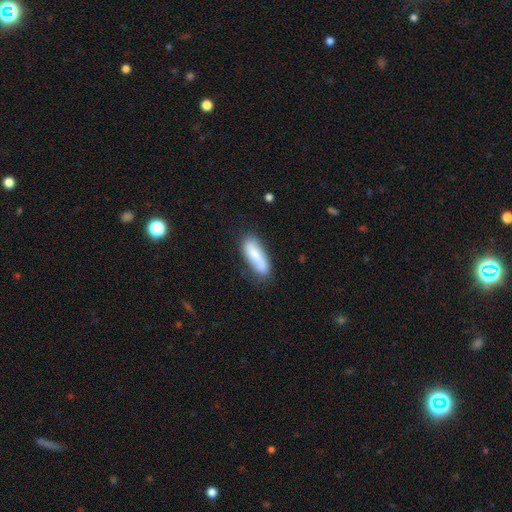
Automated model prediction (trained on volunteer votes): smooth-or-featured: smooth: 73% | featured or disk: 21% | star or artifact: 6%
  how-rounded: in between: 55% | cigar-shaped: 42% | round: 2%
  merging: none: 70% | minor disturbance: 22% | major disturbance: 5% | merger: 3%